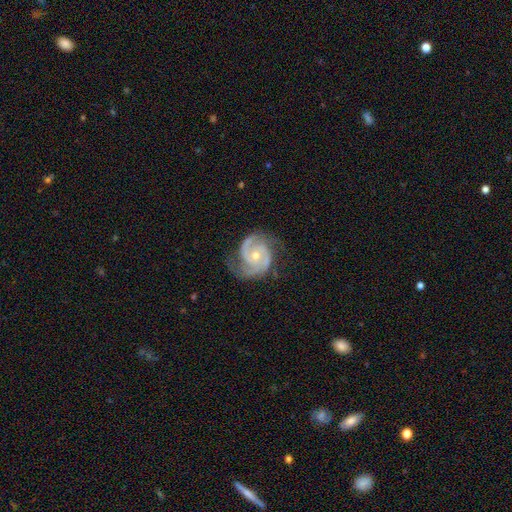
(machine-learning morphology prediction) This is clearly a featured or disk galaxy (92%). It is clearly not viewed edge-on (98%). Bar: likely no (69%). Spiral arm pattern: clearly yes (98%). Spiral arm count: likely 2 (68%). Spiral winding: possibly tight (47%). Central bulge: possibly small (51%). Merging: likely none (71%).